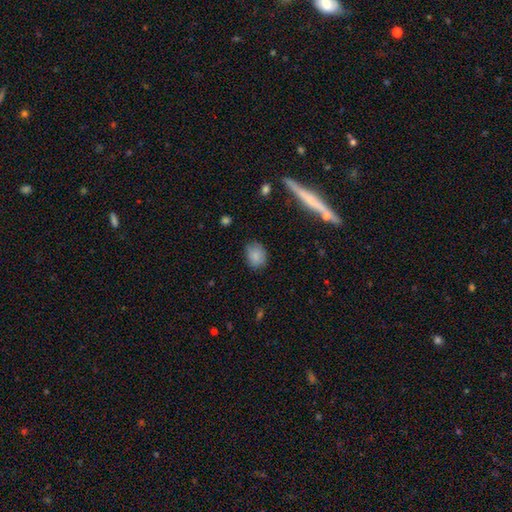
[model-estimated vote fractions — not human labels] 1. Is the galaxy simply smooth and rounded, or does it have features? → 84% smooth, 9% star or artifact, 8% featured or disk.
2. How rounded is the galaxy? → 55% in between, 43% round, 1% cigar-shaped.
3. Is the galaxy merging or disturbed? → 77% none, 18% minor disturbance, 4% major disturbance, 1% merger.